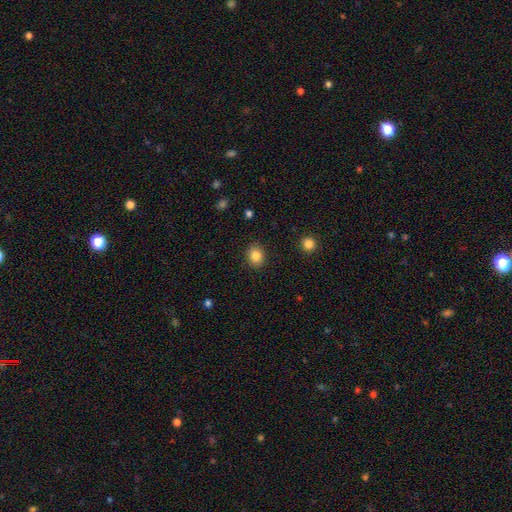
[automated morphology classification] Smooth or featured?
  - smooth: 84% *
  - star or artifact: 10%
  - featured or disk: 6%
How rounded?
  - round: 60% *
  - in between: 39%
  - cigar-shaped: 1%
Merging?
  - none: 89% *
  - minor disturbance: 8%
  - major disturbance: 2%
  - merger: 1%